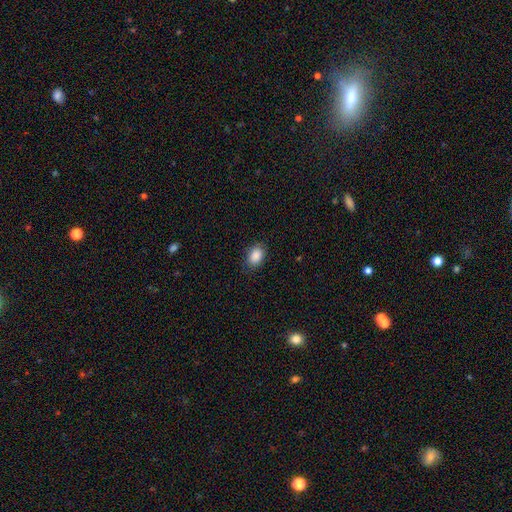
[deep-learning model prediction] This appears to be a smooth galaxy with no disk features (88%) that is in between round and cigar-shaped (83%). Merging: none (82%).